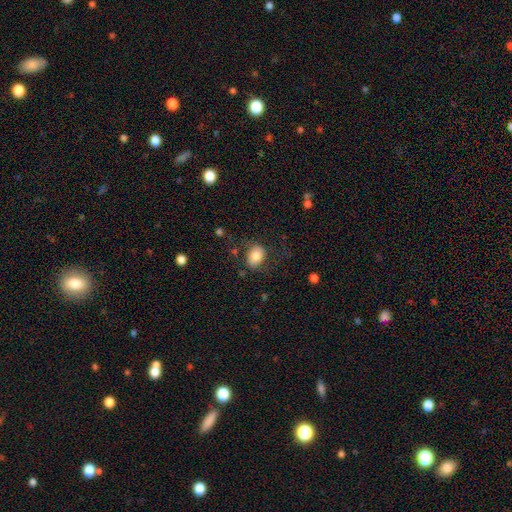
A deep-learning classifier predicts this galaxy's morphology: Smooth or featured? Predicted: smooth (p=0.79). How rounded? Predicted: in between (p=0.68). Merging? Predicted: none (p=0.65).